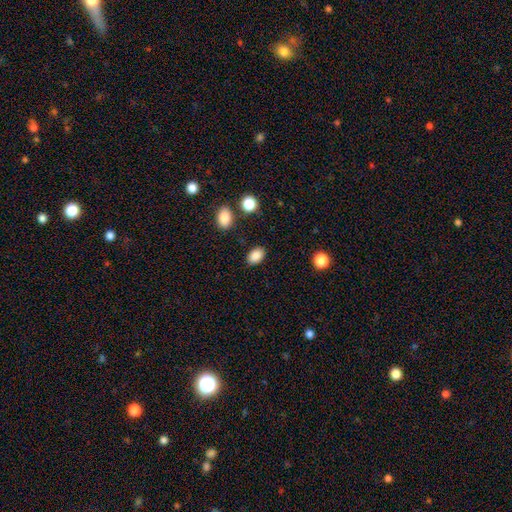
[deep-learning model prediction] Q: Smooth or featured?
A: smooth (87%); runner-up: star or artifact (8%)
Q: How rounded?
A: in between (85%); runner-up: round (13%)
Q: Merging?
A: none (86%); runner-up: minor disturbance (9%)